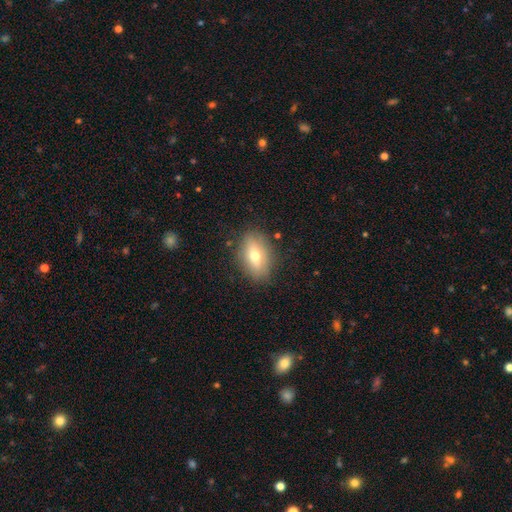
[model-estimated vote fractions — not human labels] This is likely a smooth galaxy (61%). How rounded: clearly in between (82%). Merging: clearly none (84%).